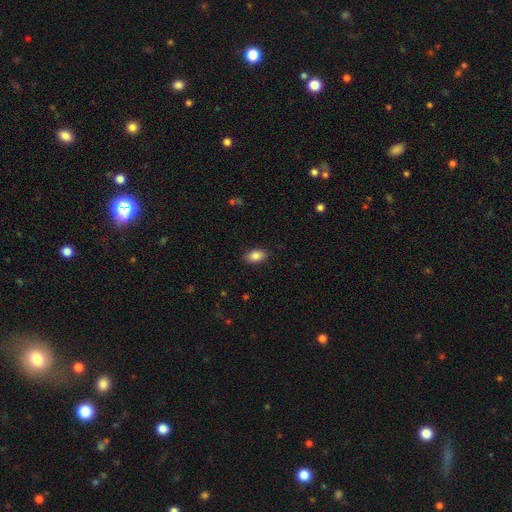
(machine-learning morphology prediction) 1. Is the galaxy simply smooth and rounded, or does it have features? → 87% smooth, 8% star or artifact, 6% featured or disk.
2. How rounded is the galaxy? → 92% in between, 6% round, 2% cigar-shaped.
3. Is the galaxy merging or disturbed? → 88% none, 8% minor disturbance, 2% major disturbance, 1% merger.